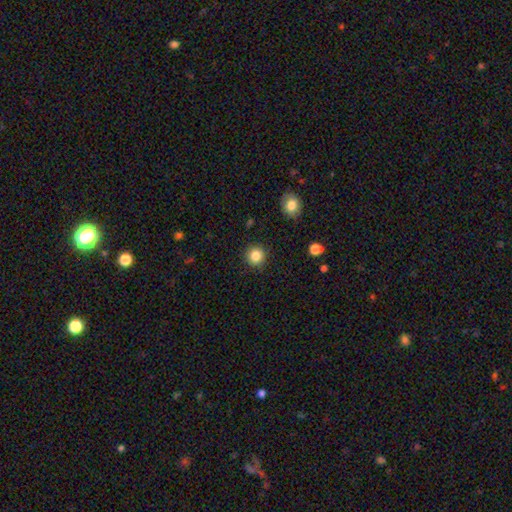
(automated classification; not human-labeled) smooth-or-featured: smooth: 85% | star or artifact: 10% | featured or disk: 4%
  how-rounded: round: 94% | in between: 5% | cigar-shaped: 1%
  merging: none: 91% | minor disturbance: 6% | major disturbance: 2% | merger: 1%